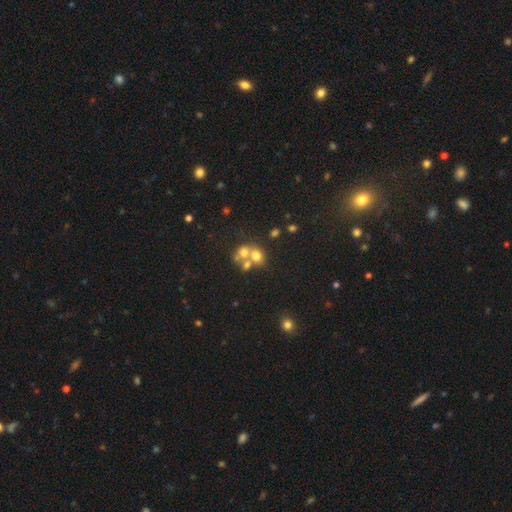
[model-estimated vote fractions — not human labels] Smooth or featured: smooth — 62% (featured or disk — 22%)
How rounded: round — 64% (in between — 35%)
Merging: merger — 56% (none — 31%)